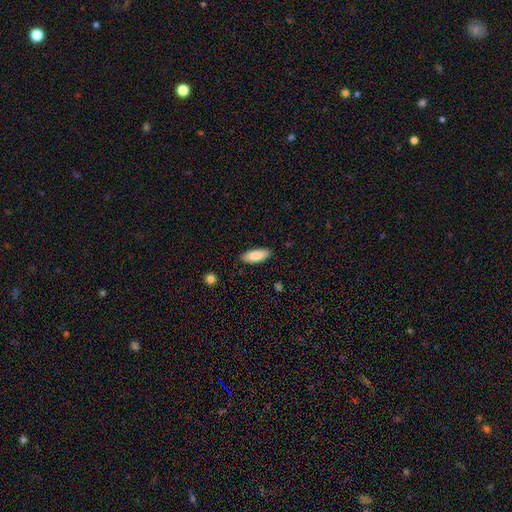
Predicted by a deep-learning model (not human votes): This is clearly a smooth galaxy (86%). How rounded: likely in between (74%). Merging: clearly none (88%).